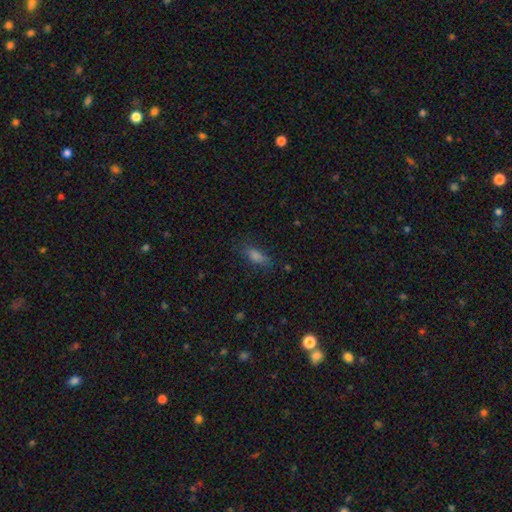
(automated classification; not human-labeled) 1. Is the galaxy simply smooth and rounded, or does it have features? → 65% smooth, 20% star or artifact, 14% featured or disk.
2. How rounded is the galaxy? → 58% in between, 36% cigar-shaped, 5% round.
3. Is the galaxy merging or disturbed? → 78% none, 15% minor disturbance, 5% major disturbance, 2% merger.